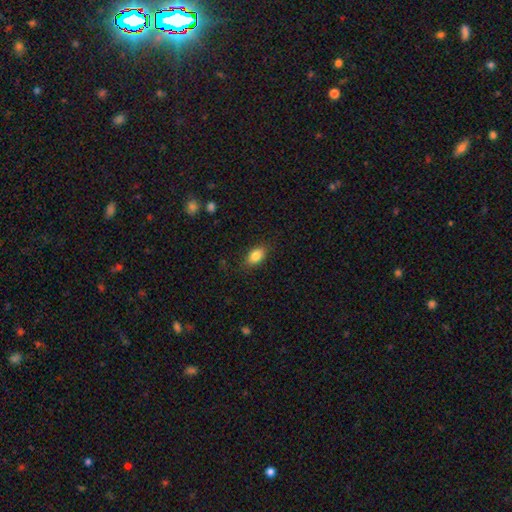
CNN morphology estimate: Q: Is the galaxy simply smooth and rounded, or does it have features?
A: smooth — 84%.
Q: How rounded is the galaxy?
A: in between — 86%.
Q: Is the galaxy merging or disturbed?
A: none — 84%.